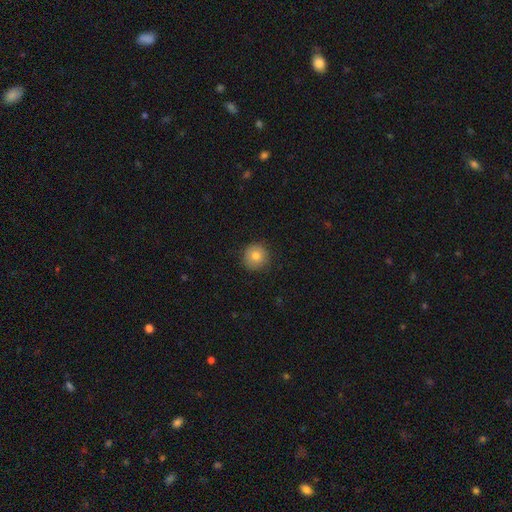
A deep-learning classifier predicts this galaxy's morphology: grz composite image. It shows a smooth galaxy with no disk features (80%) that is round (95%). Merging: none (89%).